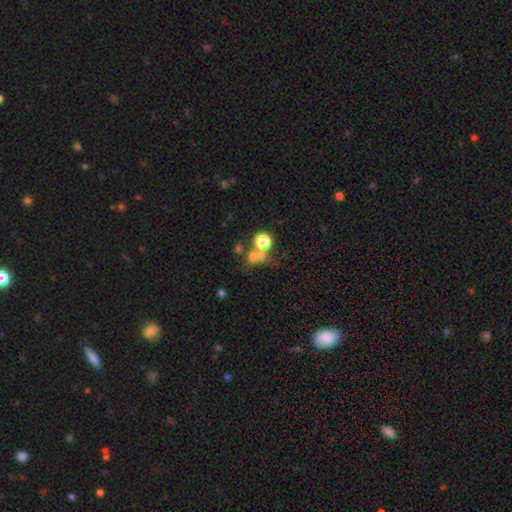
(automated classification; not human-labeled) A smooth galaxy with no disk features (57%) that is round (83%). Merging: none (43%).